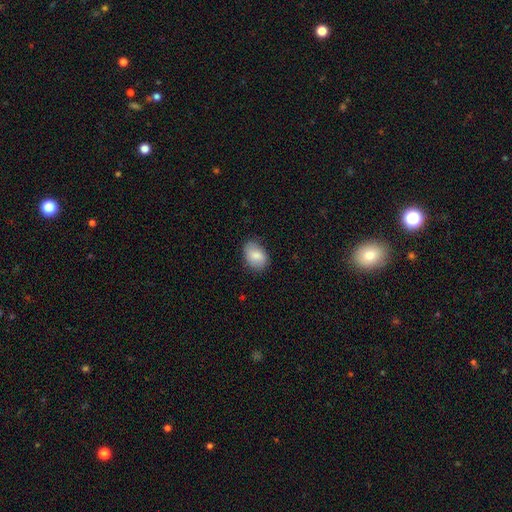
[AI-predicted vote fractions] This appears to be a smooth galaxy with no disk features (82%) that is in between round and cigar-shaped (80%). Merging: none (78%).